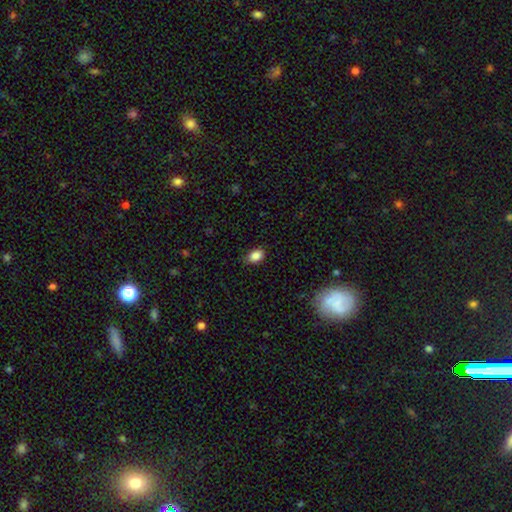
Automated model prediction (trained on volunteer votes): A smooth galaxy with no disk features (87%) that is in between round and cigar-shaped (81%). Merging: none (80%).